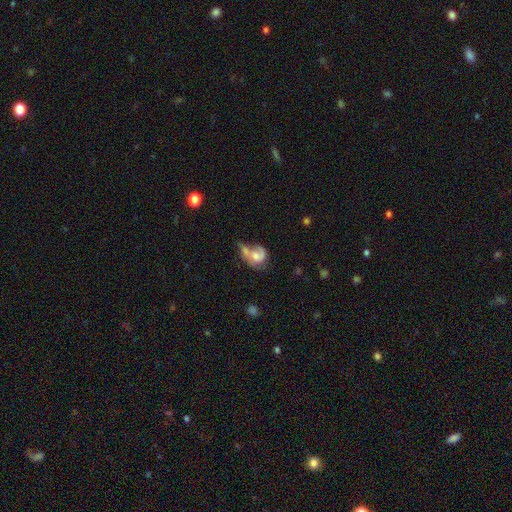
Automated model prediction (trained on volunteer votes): Smooth or featured?
  - featured or disk: 64% *
  - smooth: 28%
  - star or artifact: 8%
Edge-on disk?
  - no: 97% *
  - yes: 3%
Bar?
  - no: 64% *
  - weak: 30%
  - strong: 6%
Spiral arms?
  - yes: 81% *
  - no: 19%
Bulge size?
  - moderate: 55% *
  - small: 23%
  - large: 12%
  - none: 8%
  - dominant: 2%
Merging?
  - merger: 42% *
  - none: 25%
  - major disturbance: 17%
  - minor disturbance: 16%